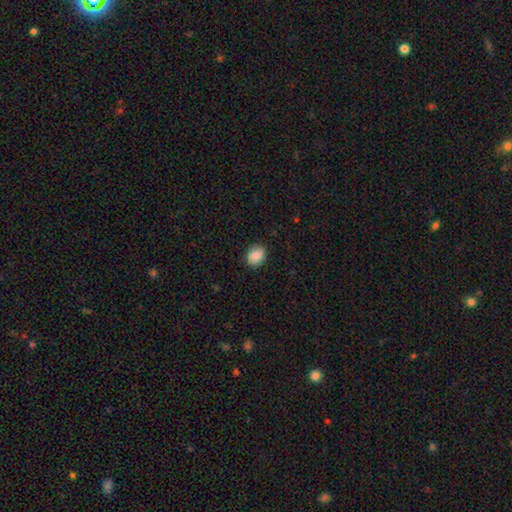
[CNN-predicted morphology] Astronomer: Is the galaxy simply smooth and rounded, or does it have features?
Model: smooth — 89%.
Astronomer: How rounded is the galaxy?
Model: in between — 63%.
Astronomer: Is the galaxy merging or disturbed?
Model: none — 86%.